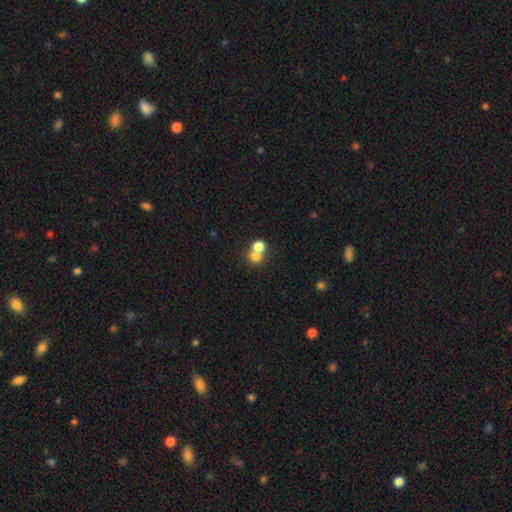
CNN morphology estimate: type=smooth (74%); roundness=round (79%); merging=merger (59%).